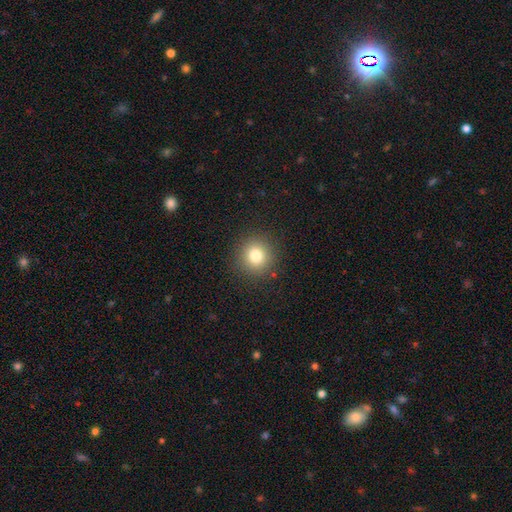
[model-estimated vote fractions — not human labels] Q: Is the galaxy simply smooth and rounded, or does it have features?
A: smooth — 80%.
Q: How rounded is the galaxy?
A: round — 92%.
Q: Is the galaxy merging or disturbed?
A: none — 90%.